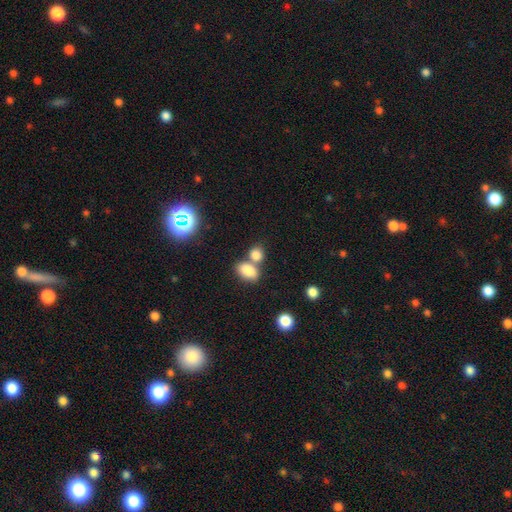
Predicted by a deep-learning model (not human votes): This is clearly a smooth galaxy (81%). How rounded: likely in between (68%). Merging: possibly merger (47%).